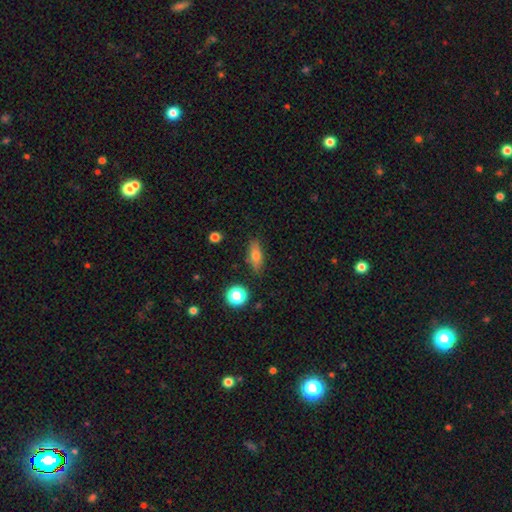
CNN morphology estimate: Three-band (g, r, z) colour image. It shows a smooth galaxy with no disk features (72%) that is in between round and cigar-shaped (70%). Merging: none (84%).